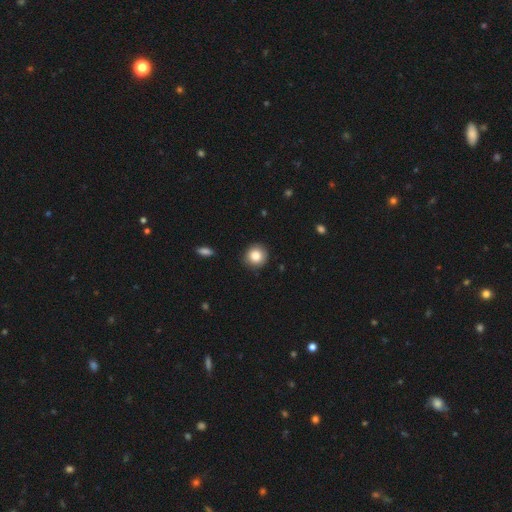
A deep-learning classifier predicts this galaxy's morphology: type=smooth (84%); roundness=round (92%); merging=none (88%).